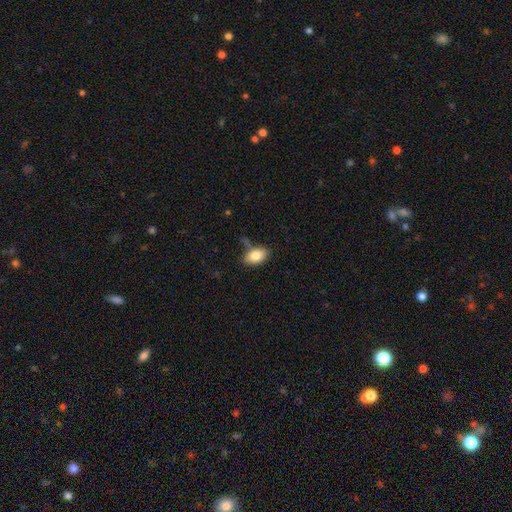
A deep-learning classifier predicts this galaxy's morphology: A smooth galaxy with no disk features (82%) that is in between round and cigar-shaped (91%). Merging: none (68%).